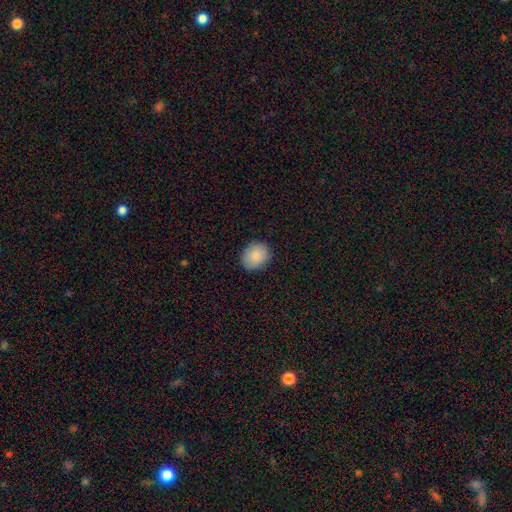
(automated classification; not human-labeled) smooth-or-featured: smooth: 88% | star or artifact: 7% | featured or disk: 5%
  how-rounded: round: 62% | in between: 37% | cigar-shaped: 1%
  merging: none: 87% | minor disturbance: 10% | major disturbance: 2% | merger: 1%